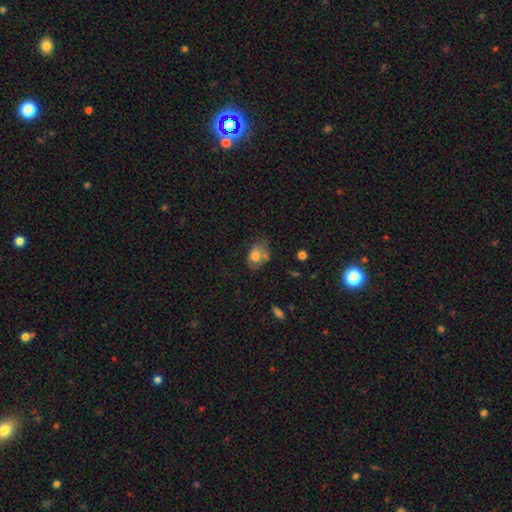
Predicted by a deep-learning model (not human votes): Smooth or featured? Predicted: smooth (p=0.72). How rounded? Predicted: in between (p=0.73). Merging? Predicted: none (p=0.38).